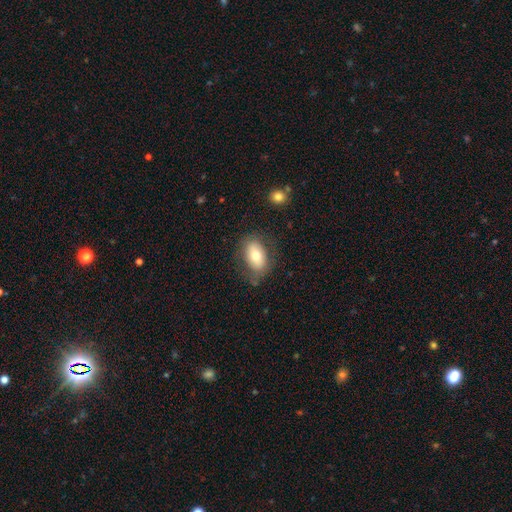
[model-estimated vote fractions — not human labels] Smooth or featured? Predicted: smooth (p=0.71). How rounded? Predicted: in between (p=0.88). Merging? Predicted: none (p=0.71).